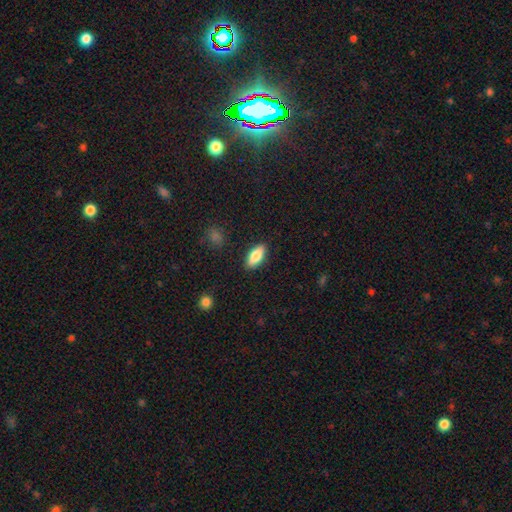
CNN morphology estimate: Smooth or featured? smooth (81%)
How rounded? in between (83%)
Merging? none (88%)